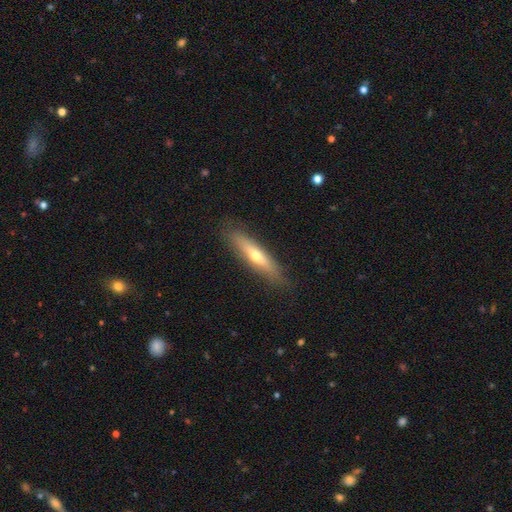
Morphology: type=featured or disk (63%); edge-on=yes (83%); edge-on bulge=rounded (65%); merging=none (81%).